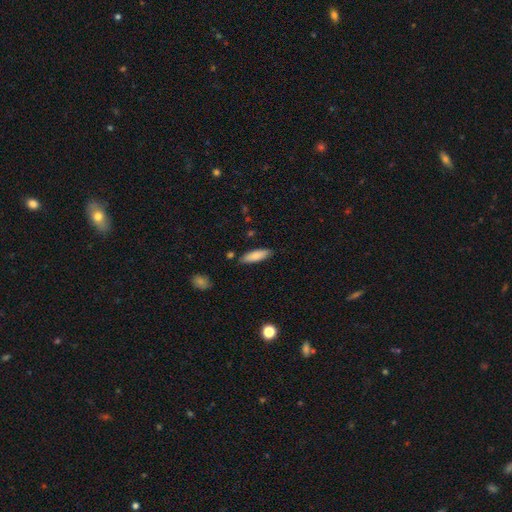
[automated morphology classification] A smooth galaxy with no disk features (84%) that is cigar-shaped (52%). Merging: none (84%).